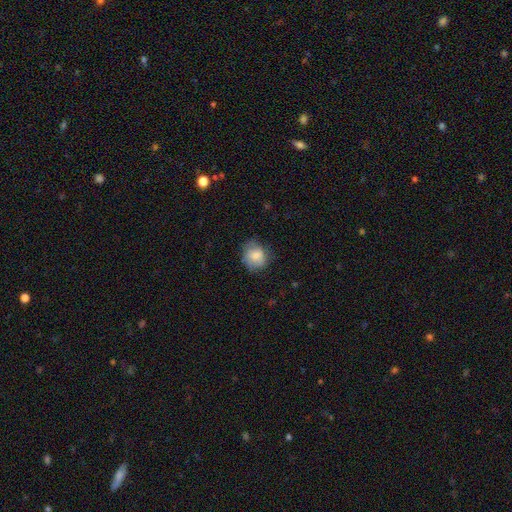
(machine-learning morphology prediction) The model was most divided on "merging": none: 68%, minor disturbance: 24%, major disturbance: 7%, merger: 1%. More confident: smooth or featured — smooth (78%); how rounded — round (73%).